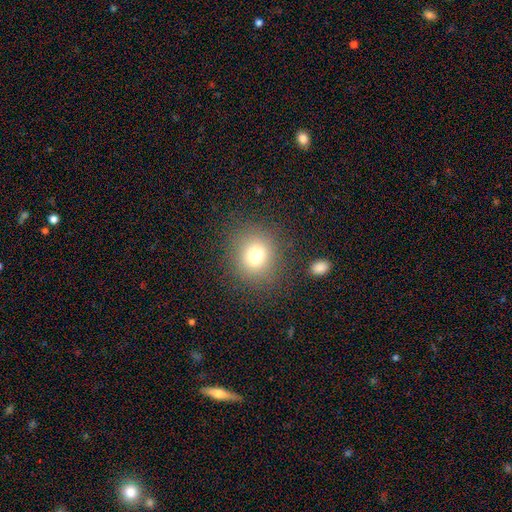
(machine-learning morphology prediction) Smooth or featured? smooth (74%)
How rounded? round (85%)
Merging? none (84%)